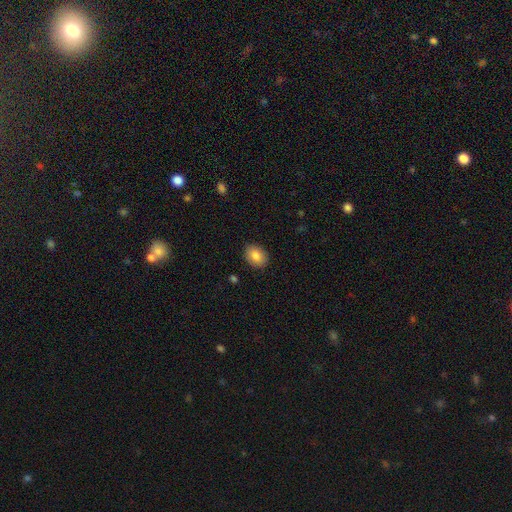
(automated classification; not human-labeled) Overall: smooth (84%). How rounded: in between (69%; round 30%). Merging: none (89%).